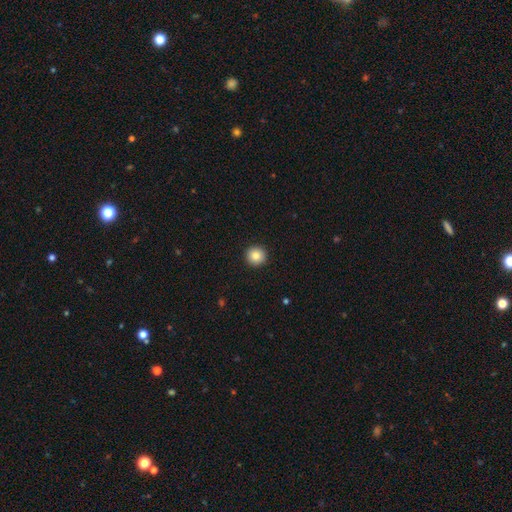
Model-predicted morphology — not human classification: The model was most divided on "smooth or featured": smooth: 85%, star or artifact: 9%, featured or disk: 6%. More confident: how rounded — round (95%); merging — none (94%).